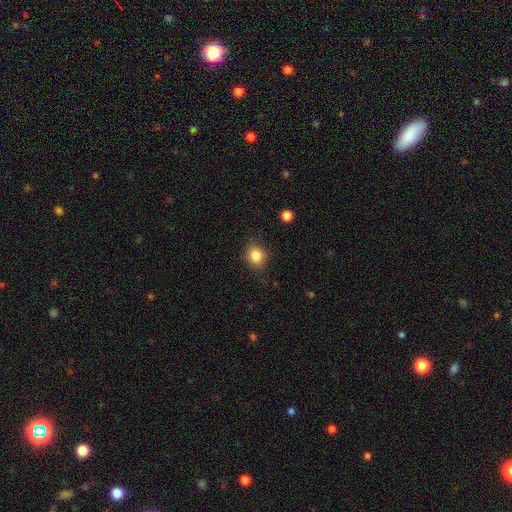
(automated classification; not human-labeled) A smooth galaxy with no disk features (83%) that is round (67%).

Vote fractions:
- Smooth or featured? smooth: 83% / star or artifact: 11% / featured or disk: 6%
- How rounded? round: 67% / in between: 32% / cigar-shaped: 1%
- Merging? none: 85% / minor disturbance: 11% / major disturbance: 3% / merger: 1%